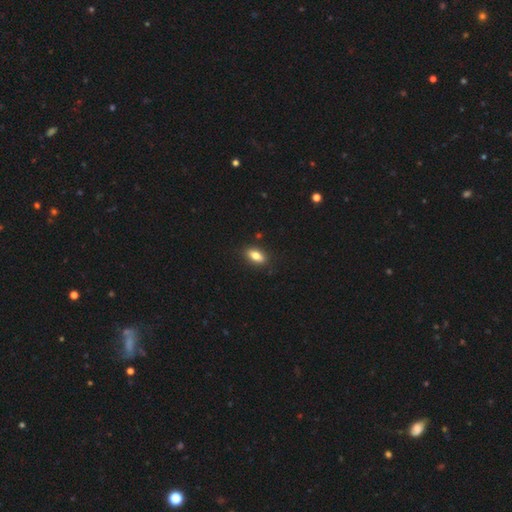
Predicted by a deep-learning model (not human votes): Smooth or featured: smooth — 79% (featured or disk — 13%)
How rounded: in between — 86% (cigar-shaped — 8%)
Merging: none — 87% (minor disturbance — 9%)